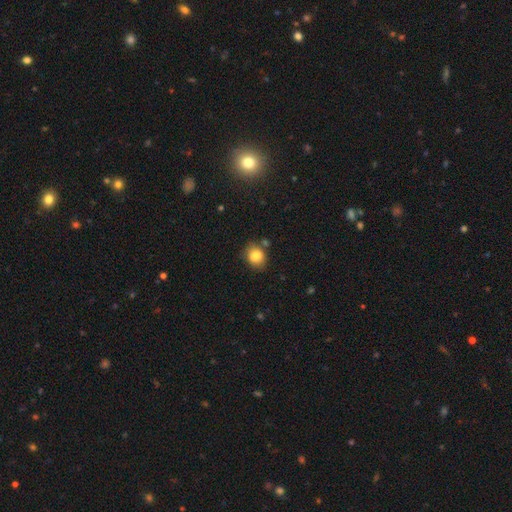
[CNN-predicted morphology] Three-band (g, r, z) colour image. It shows a smooth galaxy with no disk features (82%) that is round (59%). Merging: none (73%).